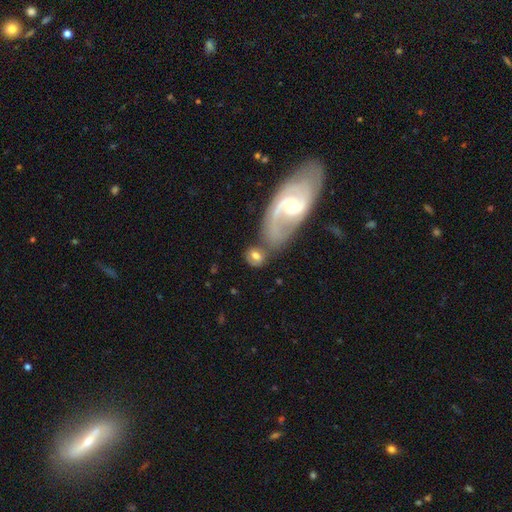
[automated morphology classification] A smooth galaxy with no disk features (53%) that is in between round and cigar-shaped (62%). Merging: none (47%).